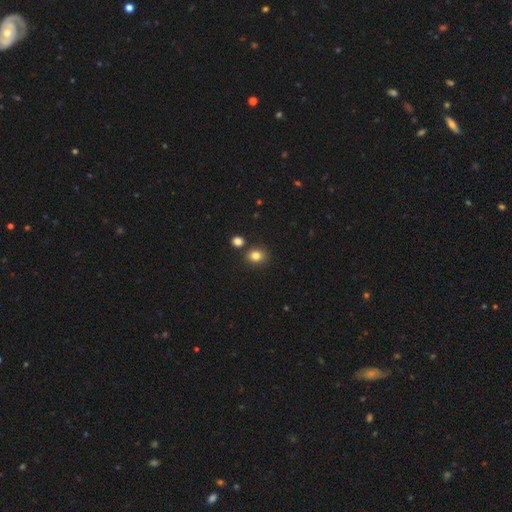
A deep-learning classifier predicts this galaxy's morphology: Smooth or featured: smooth — 82% (star or artifact — 12%)
How rounded: round — 70% (in between — 29%)
Merging: none — 79% (minor disturbance — 9%)